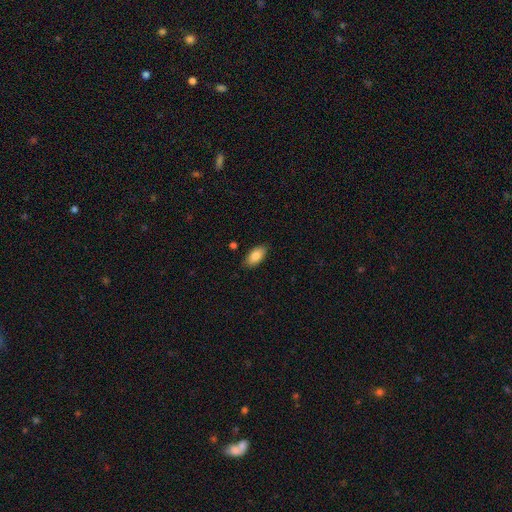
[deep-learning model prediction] smooth 84%, featured or disk 9%, star or artifact 7%. Down the decision tree: how rounded — in between (93%); merging — none (86%).